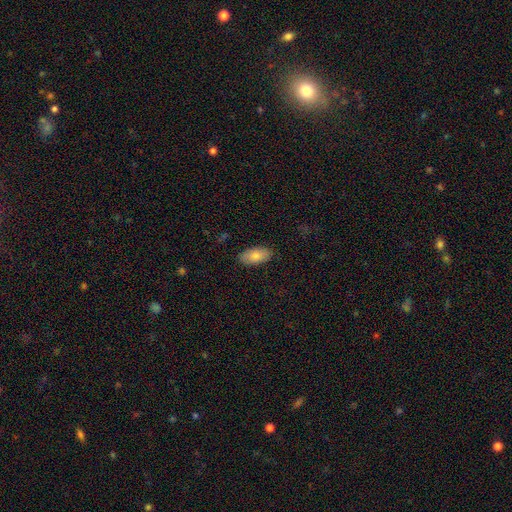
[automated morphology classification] type=smooth (82%); roundness=in between (93%); merging=none (87%).